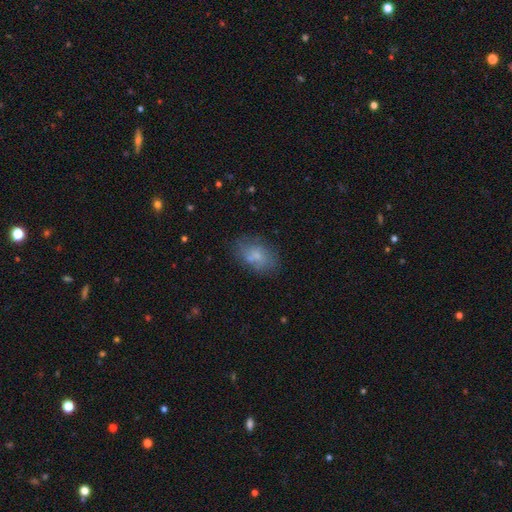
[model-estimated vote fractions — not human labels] This appears to be a smooth galaxy with no disk features (66%) that is in between round and cigar-shaped (85%). Merging: none (62%).